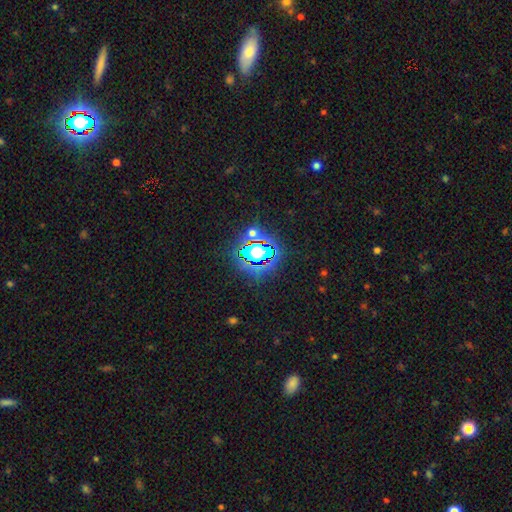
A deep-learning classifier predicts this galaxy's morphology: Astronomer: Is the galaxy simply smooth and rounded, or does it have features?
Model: star or artifact — 61%.